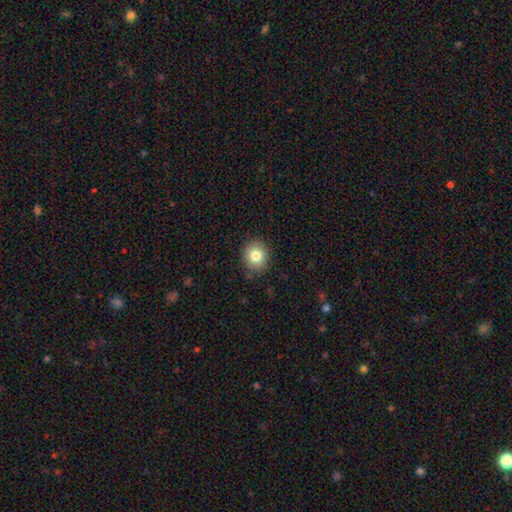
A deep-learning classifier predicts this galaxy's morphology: Smooth or featured? smooth (80%)
How rounded? round (82%)
Merging? none (88%)